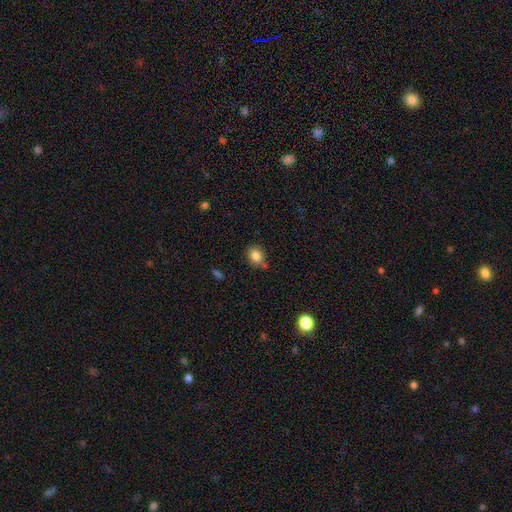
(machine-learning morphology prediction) A smooth galaxy with no disk features (84%) that is round (58%).

Vote fractions:
- Smooth or featured? smooth: 84% / star or artifact: 10% / featured or disk: 6%
- How rounded? round: 58% / in between: 41% / cigar-shaped: 1%
- Merging? none: 71% / minor disturbance: 16% / merger: 9% / major disturbance: 4%